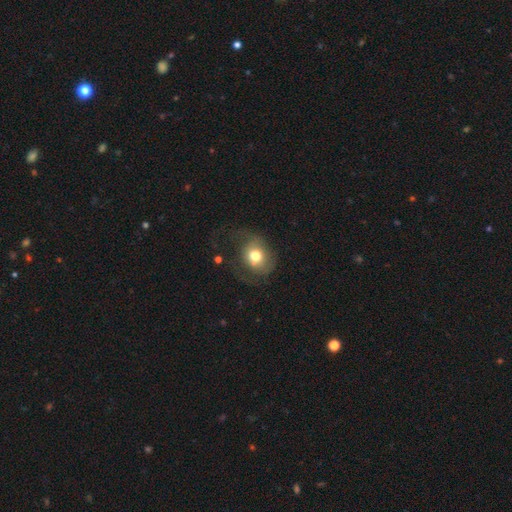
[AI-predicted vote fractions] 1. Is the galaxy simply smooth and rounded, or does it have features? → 64% smooth, 27% featured or disk, 10% star or artifact.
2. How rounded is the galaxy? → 58% round, 41% in between, 1% cigar-shaped.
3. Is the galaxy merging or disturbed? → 41% none, 32% major disturbance, 24% minor disturbance, 3% merger.